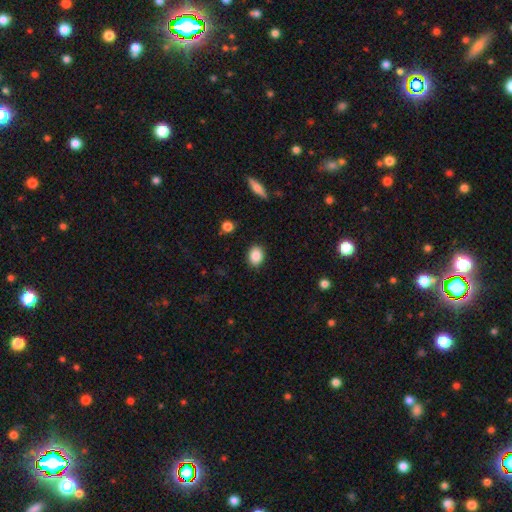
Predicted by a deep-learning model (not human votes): Smooth or featured?
  - smooth: 88% *
  - star or artifact: 8%
  - featured or disk: 4%
How rounded?
  - in between: 64% *
  - round: 35%
  - cigar-shaped: 1%
Merging?
  - none: 88% *
  - minor disturbance: 8%
  - major disturbance: 2%
  - merger: 1%